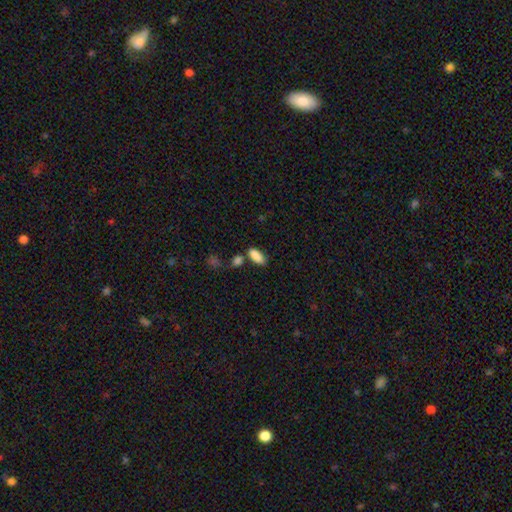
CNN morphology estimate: This is clearly a smooth galaxy (88%). How rounded: clearly in between (83%). Merging: likely none (65%).